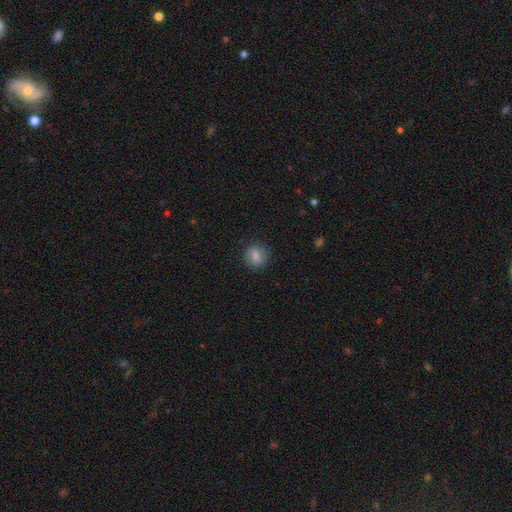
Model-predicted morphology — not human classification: This appears to be a smooth galaxy with no disk features (76%) that is round (82%). Merging: none (83%).